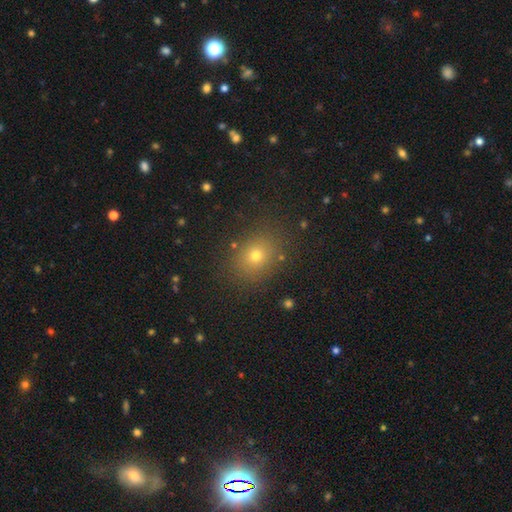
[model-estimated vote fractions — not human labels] Smooth or featured? smooth (70%)
How rounded? round (58%)
Merging? none (86%)